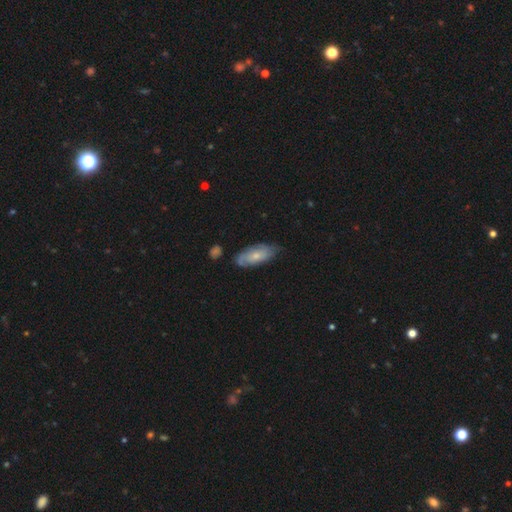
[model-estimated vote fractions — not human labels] Smooth or featured: featured or disk — 48% (smooth — 46%)
Merging: none — 68% (minor disturbance — 25%)